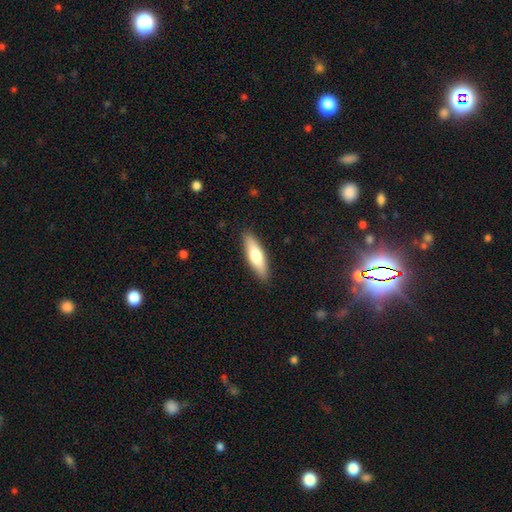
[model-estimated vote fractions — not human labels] smooth 66%, featured or disk 29%, star or artifact 5%. Down the decision tree: how rounded — cigar-shaped (61%); merging — none (89%).